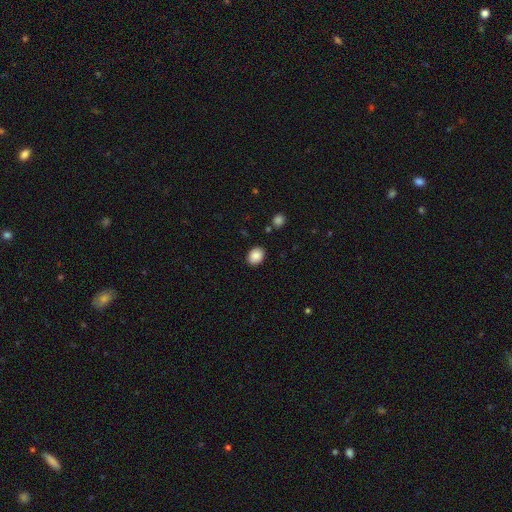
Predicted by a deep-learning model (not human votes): Morphology: type=smooth (88%); roundness=in between (64%); merging=none (86%).